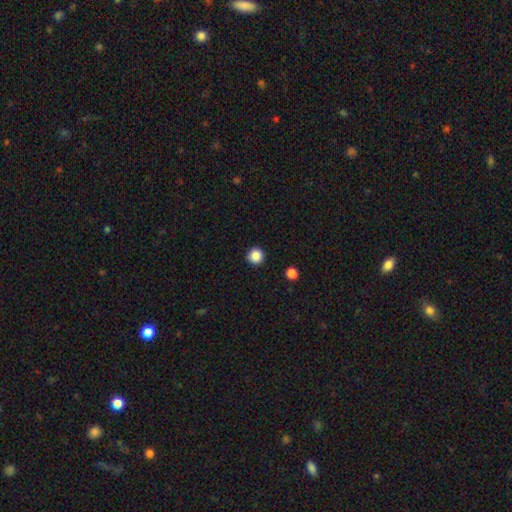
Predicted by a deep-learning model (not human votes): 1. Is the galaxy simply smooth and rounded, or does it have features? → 86% smooth, 11% star or artifact, 3% featured or disk.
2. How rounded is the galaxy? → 95% round, 4% in between, 1% cigar-shaped.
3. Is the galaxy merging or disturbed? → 92% none, 5% minor disturbance, 2% major disturbance, 1% merger.